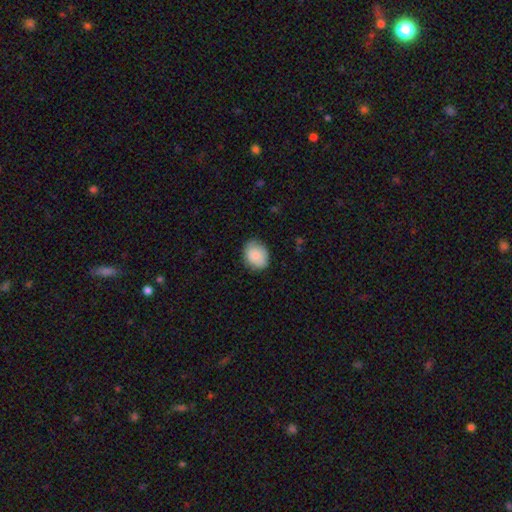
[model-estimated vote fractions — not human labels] This appears to be a smooth galaxy with no disk features (85%) that is round (51%). Merging: none (78%).